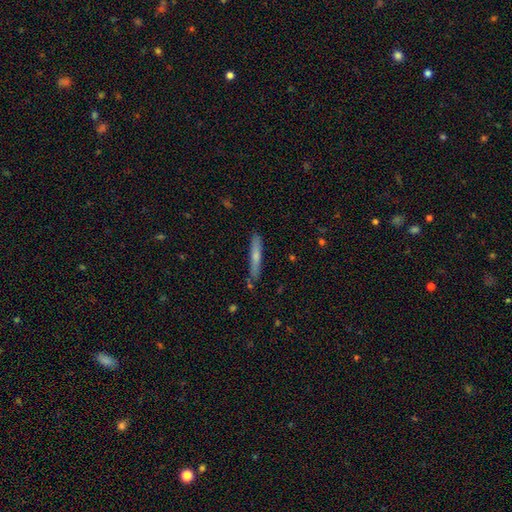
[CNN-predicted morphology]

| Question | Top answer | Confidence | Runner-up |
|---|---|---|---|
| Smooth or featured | smooth | 61% | featured or disk (33%) |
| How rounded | cigar-shaped | 94% | in between (5%) |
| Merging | none | 82% | minor disturbance (13%) |